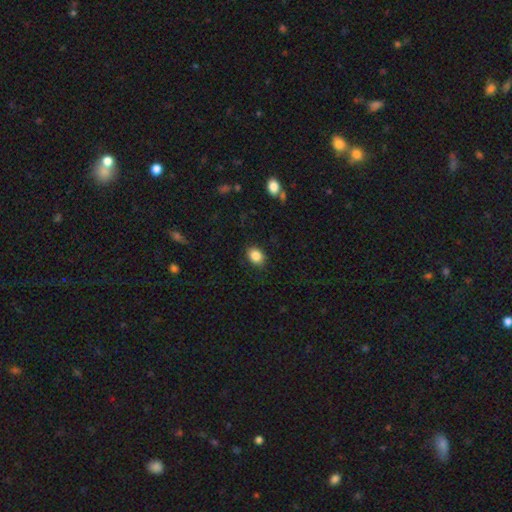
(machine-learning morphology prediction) smooth 87%, star or artifact 9%, featured or disk 5%. Down the decision tree: how rounded — in between (64%); merging — none (87%).